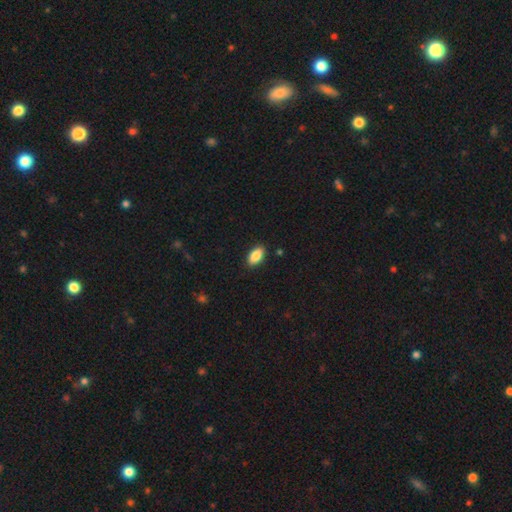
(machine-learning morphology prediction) A smooth galaxy with no disk features (86%) that is in between round and cigar-shaped (92%).

Vote fractions:
- Smooth or featured? smooth: 86% / star or artifact: 7% / featured or disk: 6%
- How rounded? in between: 92% / cigar-shaped: 5% / round: 3%
- Merging? none: 88% / minor disturbance: 9% / major disturbance: 2% / merger: 1%